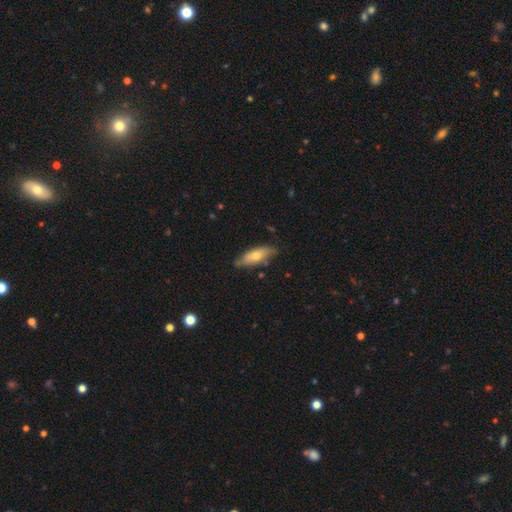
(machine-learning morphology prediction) smooth 61%, featured or disk 33%, star or artifact 6%. Down the decision tree: how rounded — in between (59%); merging — none (74%).